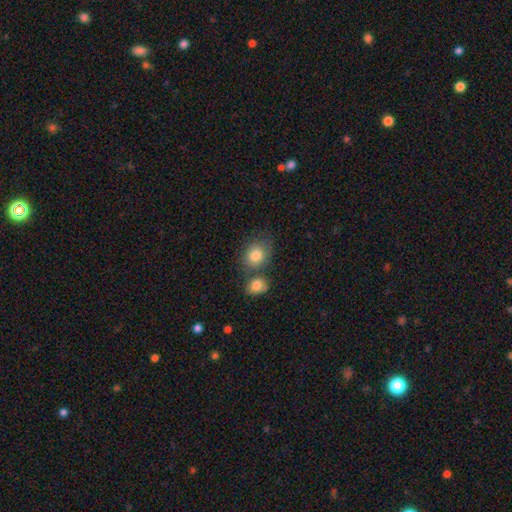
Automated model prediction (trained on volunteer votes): Smooth or featured: smooth — 82% (star or artifact — 9%)
How rounded: round — 60% (in between — 39%)
Merging: none — 57% (merger — 25%)